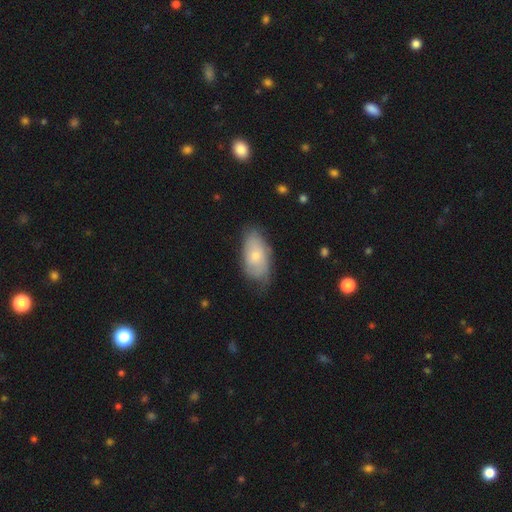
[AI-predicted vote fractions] Overall: smooth (61%; featured or disk 32%). How rounded: in between (93%). Merging: none (59%; minor disturbance 31%).